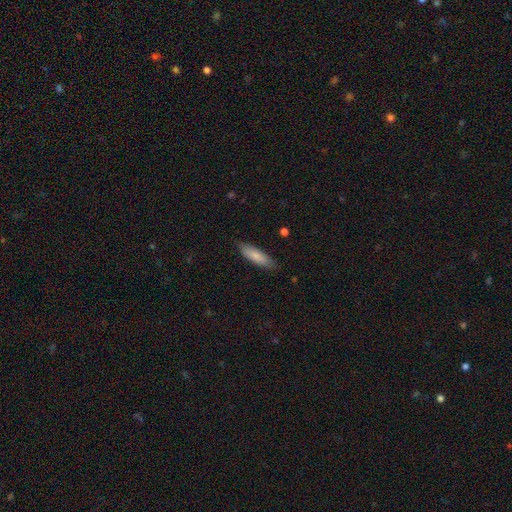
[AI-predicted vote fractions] smooth 81%, featured or disk 14%, star or artifact 5%. Down the decision tree: how rounded — cigar-shaped (55%); merging — none (84%).